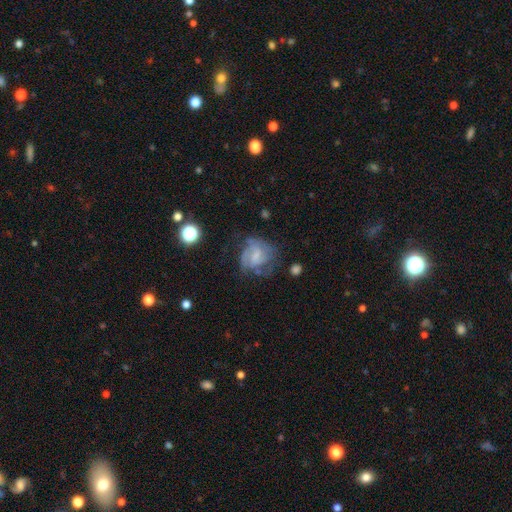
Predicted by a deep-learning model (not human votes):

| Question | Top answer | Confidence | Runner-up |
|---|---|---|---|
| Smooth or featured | featured or disk | 62% | smooth (28%) |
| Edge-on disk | no | 98% | yes (2%) |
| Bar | weak | 49% | no (40%) |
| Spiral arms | yes | 75% | no (25%) |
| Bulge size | small | 42% | none (31%) |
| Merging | none | 45% | major disturbance (26%) |